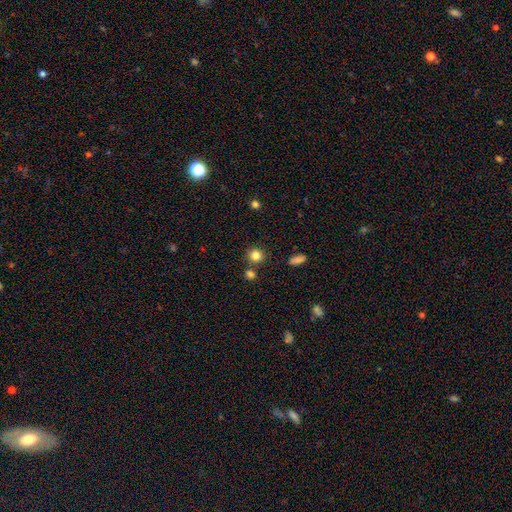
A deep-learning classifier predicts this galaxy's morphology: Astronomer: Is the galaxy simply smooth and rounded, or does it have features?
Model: smooth — 83%.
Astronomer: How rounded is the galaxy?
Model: round — 89%.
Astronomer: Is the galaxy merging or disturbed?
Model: none — 79%.